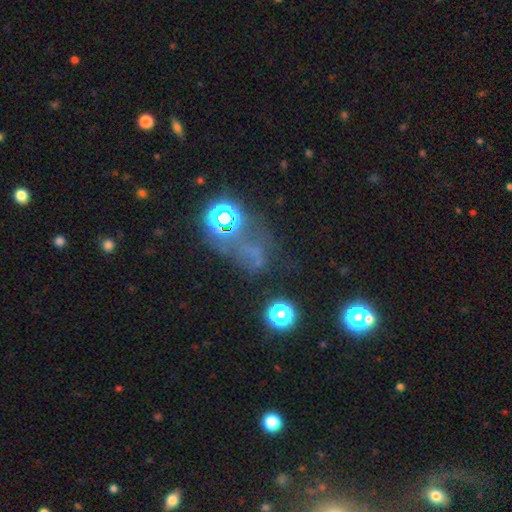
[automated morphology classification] A star or artifact, not a galaxy (42%).

Vote fractions:
- Smooth or featured? star or artifact: 42% / smooth: 36% / featured or disk: 21%